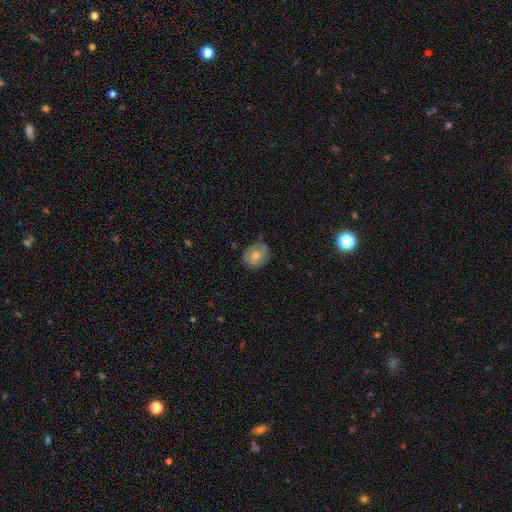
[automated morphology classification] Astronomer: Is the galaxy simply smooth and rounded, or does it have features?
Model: smooth — 64%.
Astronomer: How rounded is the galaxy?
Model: round — 59% (runner-up: in between, 40%).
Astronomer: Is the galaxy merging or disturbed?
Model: none — 61%.